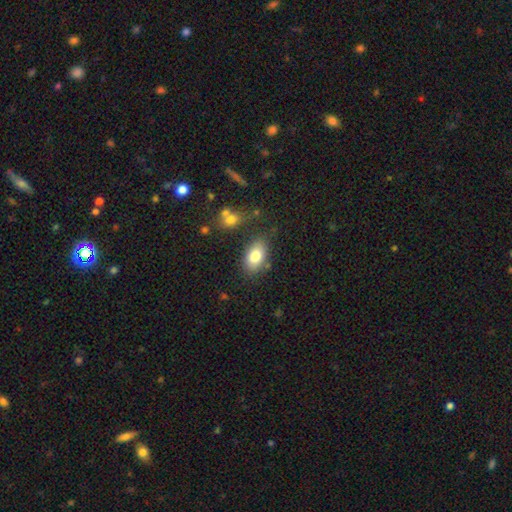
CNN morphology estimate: Smooth or featured: smooth — 82% (featured or disk — 11%)
How rounded: in between — 91% (round — 7%)
Merging: none — 76% (minor disturbance — 15%)